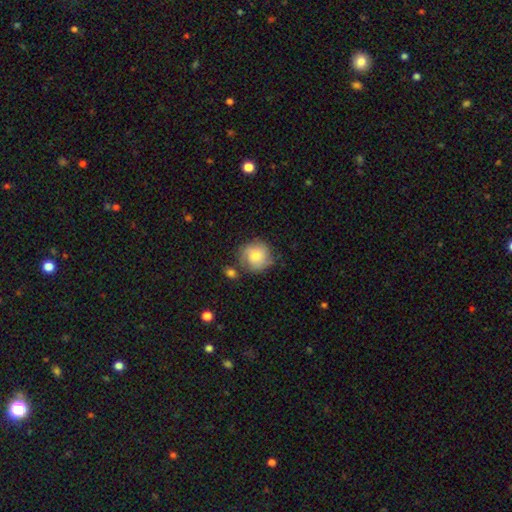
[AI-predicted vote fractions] Q: Smooth or featured?
A: smooth (73%); runner-up: featured or disk (20%)
Q: How rounded?
A: round (89%); runner-up: in between (10%)
Q: Merging?
A: none (66%); runner-up: minor disturbance (21%)